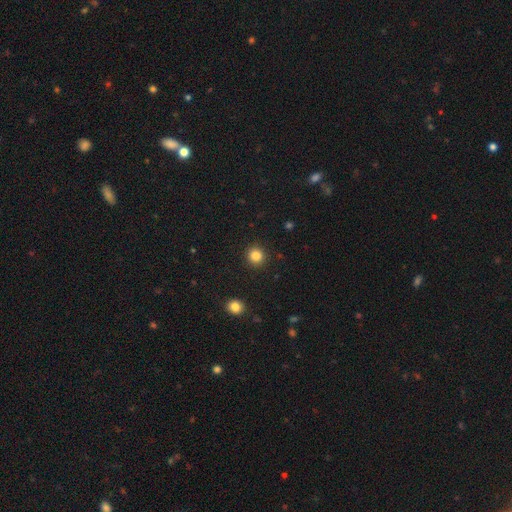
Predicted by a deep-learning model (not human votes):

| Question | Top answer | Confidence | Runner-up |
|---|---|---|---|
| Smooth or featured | smooth | 84% | star or artifact (12%) |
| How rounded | round | 93% | in between (6%) |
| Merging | none | 92% | minor disturbance (5%) |